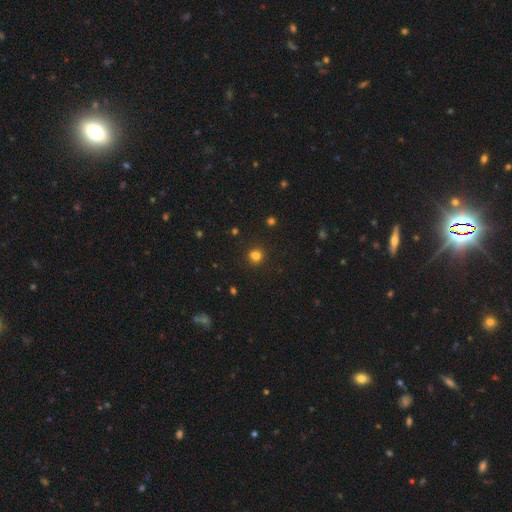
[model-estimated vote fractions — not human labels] This is likely a smooth galaxy (79%). How rounded: clearly round (87%). Merging: clearly none (82%).